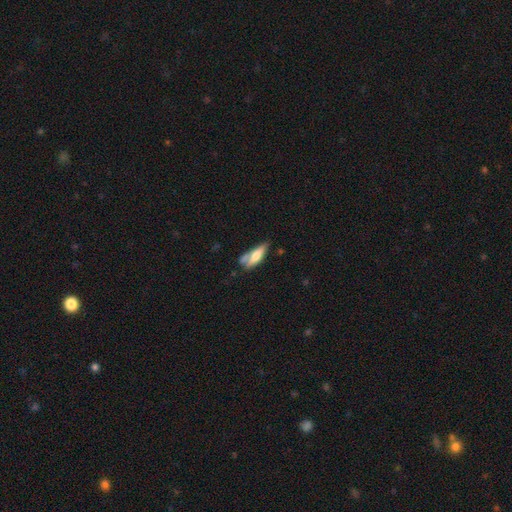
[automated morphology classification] Smooth or featured? Predicted: smooth (p=0.62). How rounded? Predicted: in between (p=0.49, tied with cigar-shaped). Merging? Predicted: none (p=0.43).